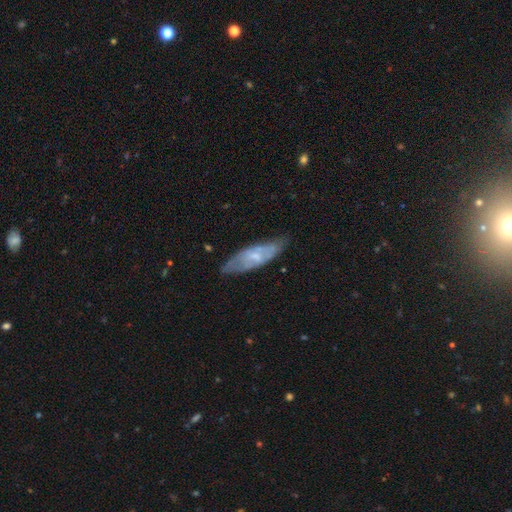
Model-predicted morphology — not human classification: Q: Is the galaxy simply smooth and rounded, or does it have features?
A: featured or disk — 55%.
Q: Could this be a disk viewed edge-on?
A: no — 70%.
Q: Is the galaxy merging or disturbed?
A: none — 68%.